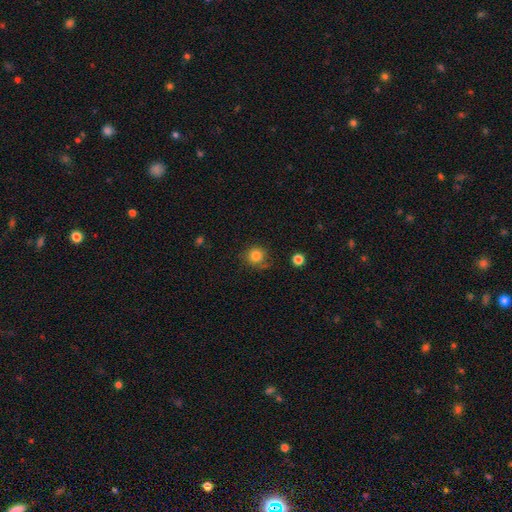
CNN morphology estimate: smooth-or-featured: smooth: 83% | star or artifact: 12% | featured or disk: 6%
  how-rounded: round: 91% | in between: 9% | cigar-shaped: 1%
  merging: none: 74% | minor disturbance: 17% | major disturbance: 5% | merger: 4%